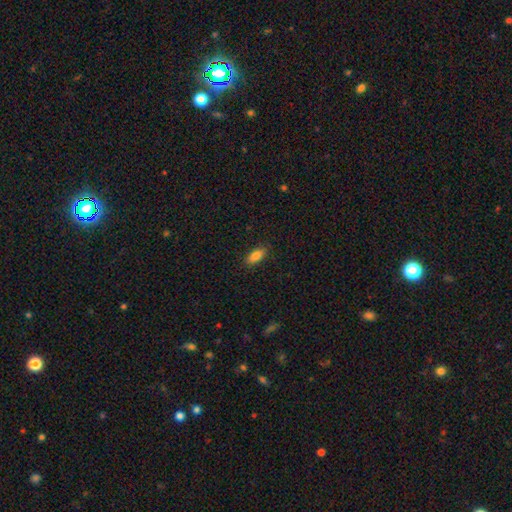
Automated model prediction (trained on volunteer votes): Smooth or featured?
  - smooth: 86% *
  - star or artifact: 7%
  - featured or disk: 7%
How rounded?
  - in between: 84% *
  - cigar-shaped: 14%
  - round: 3%
Merging?
  - none: 87% *
  - minor disturbance: 10%
  - major disturbance: 2%
  - merger: 1%